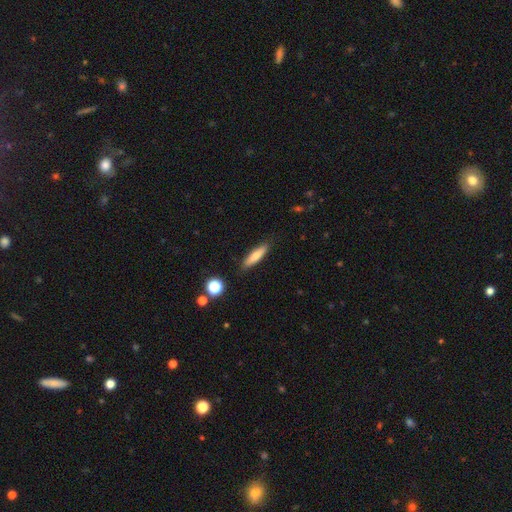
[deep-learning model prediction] smooth_or_featured: smooth (p=0.71) [alt: featured or disk p=0.21]
how_rounded: cigar-shaped (p=0.79) [alt: in between p=0.19]
merging: none (p=0.88) [alt: minor disturbance p=0.09]